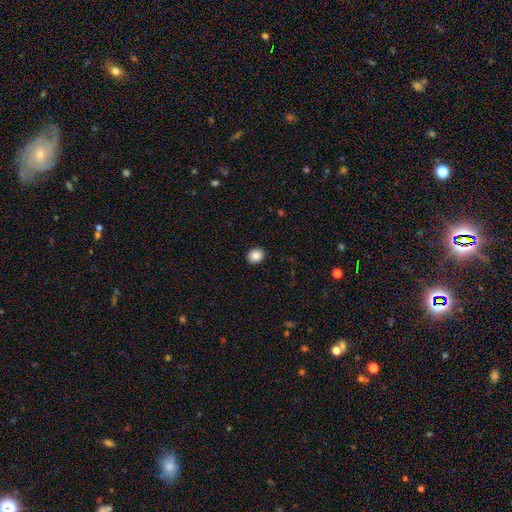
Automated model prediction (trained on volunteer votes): Smooth or featured? smooth (88%)
How rounded? round (66%)
Merging? none (91%)